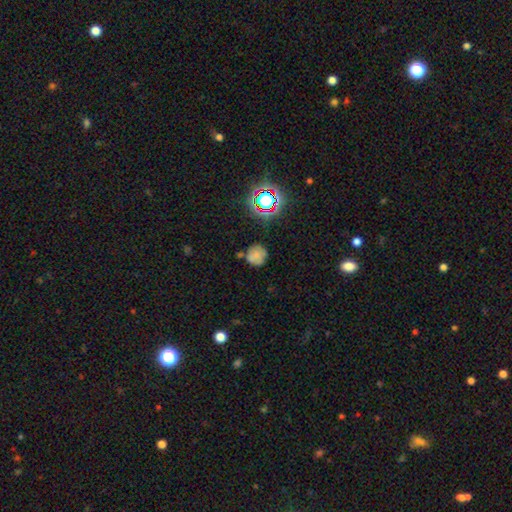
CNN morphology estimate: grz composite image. It shows a smooth galaxy with no disk features (70%) that is round (90%). Merging: none (70%).